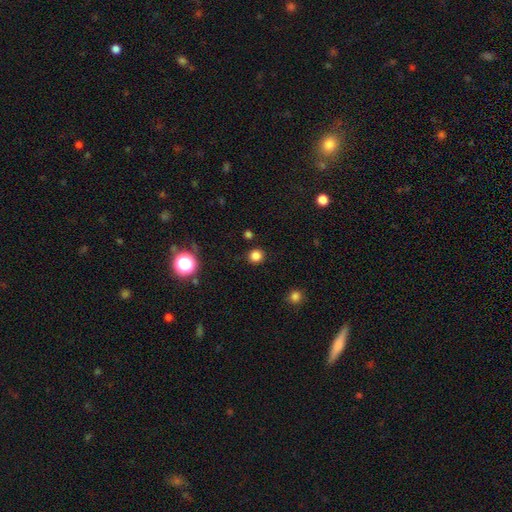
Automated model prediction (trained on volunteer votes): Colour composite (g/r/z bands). It shows a smooth galaxy with no disk features (81%) that is round (92%). Merging: none (90%).